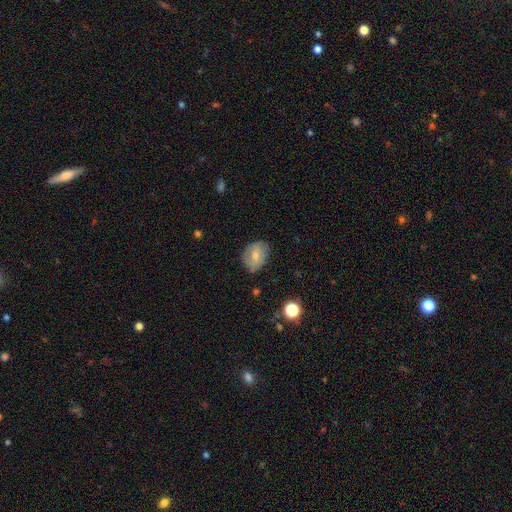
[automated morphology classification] Smooth or featured: smooth — 60% (featured or disk — 32%)
How rounded: in between — 63% (round — 36%)
Merging: none — 75% (minor disturbance — 19%)